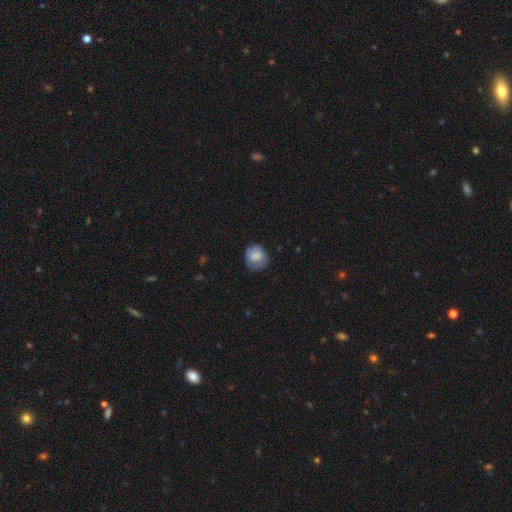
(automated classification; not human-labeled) Smooth or featured? Predicted: smooth (p=0.78). How rounded? Predicted: round (p=0.79). Merging? Predicted: none (p=0.64).